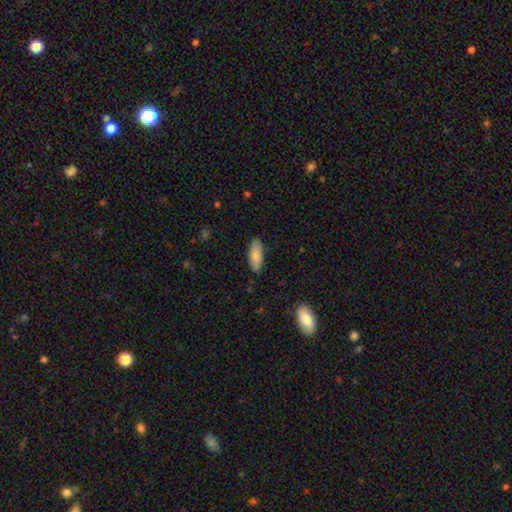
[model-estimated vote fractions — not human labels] Smooth or featured? smooth (83%)
How rounded? in between (69%)
Merging? none (87%)